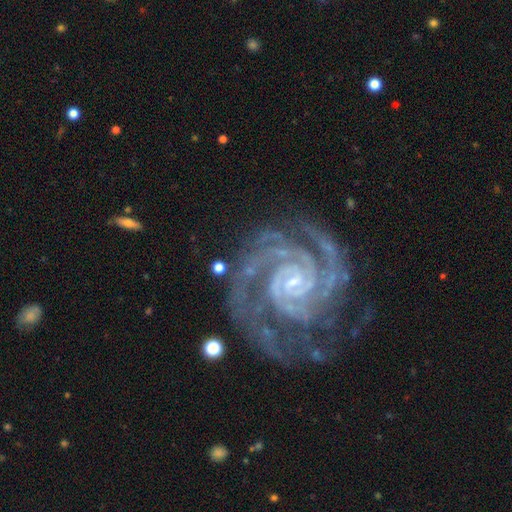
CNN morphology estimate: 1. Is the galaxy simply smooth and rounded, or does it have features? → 93% featured or disk, 5% star or artifact, 2% smooth.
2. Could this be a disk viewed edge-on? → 98% no, 2% yes.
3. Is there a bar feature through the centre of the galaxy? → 60% no, 25% weak, 14% strong.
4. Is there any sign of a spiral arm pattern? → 99% yes, 1% no.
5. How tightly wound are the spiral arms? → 80% tight, 18% medium, 2% loose.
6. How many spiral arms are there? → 54% 2, 21% 3, 8% 4, 7% can't tell, 5% more than 4, 5% 1.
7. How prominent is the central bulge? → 80% small, 12% moderate, 5% none, 1% large, 1% dominant.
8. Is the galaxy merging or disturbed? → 74% none, 17% minor disturbance, 7% major disturbance, 2% merger.